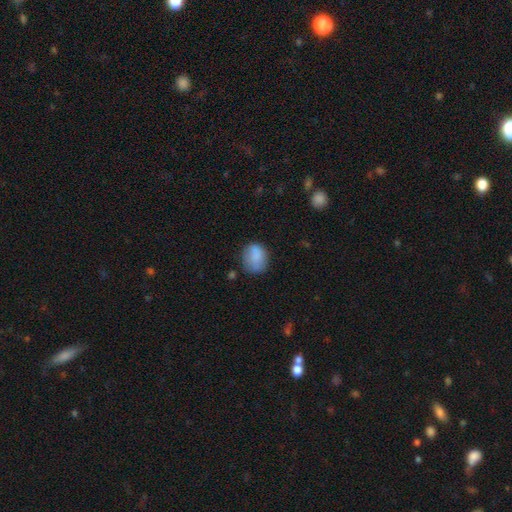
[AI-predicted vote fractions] Smooth or featured? Predicted: smooth (p=0.80). How rounded? Predicted: round (p=0.54). Merging? Predicted: none (p=0.59).